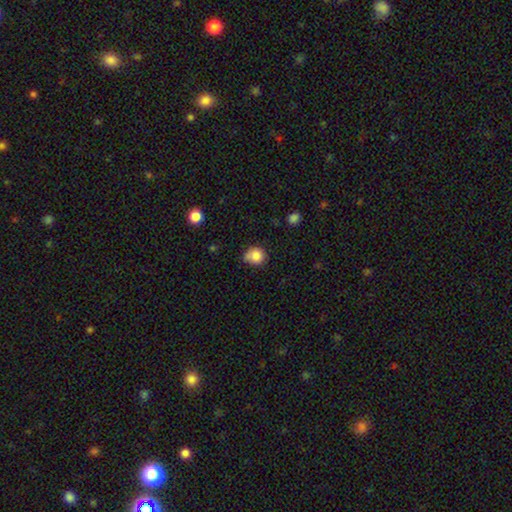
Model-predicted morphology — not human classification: This appears to be a smooth galaxy with no disk features (83%) that is round (80%). Merging: none (59%).